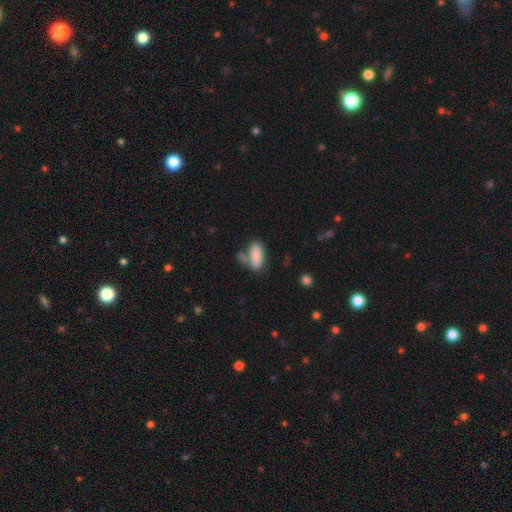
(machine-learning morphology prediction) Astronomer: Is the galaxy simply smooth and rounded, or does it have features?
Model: smooth — 83%.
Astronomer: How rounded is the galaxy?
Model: in between — 82%.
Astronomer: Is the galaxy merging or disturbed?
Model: none — 49% (runner-up: merger, 24%).